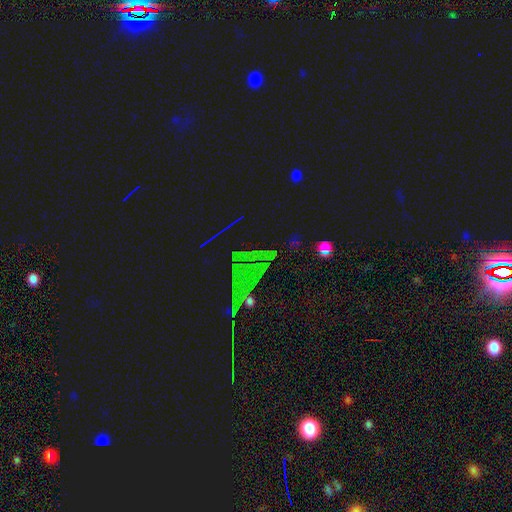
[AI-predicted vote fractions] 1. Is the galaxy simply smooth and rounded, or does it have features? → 73% star or artifact, 14% smooth, 13% featured or disk.